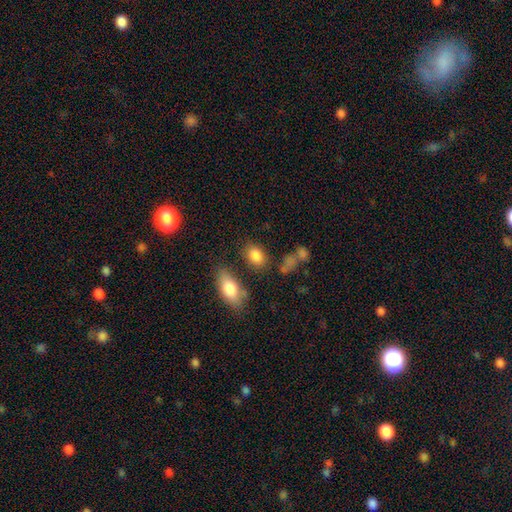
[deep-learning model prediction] Q: Smooth or featured?
A: smooth (85%); runner-up: star or artifact (8%)
Q: How rounded?
A: in between (79%); runner-up: round (18%)
Q: Merging?
A: none (74%); runner-up: minor disturbance (14%)